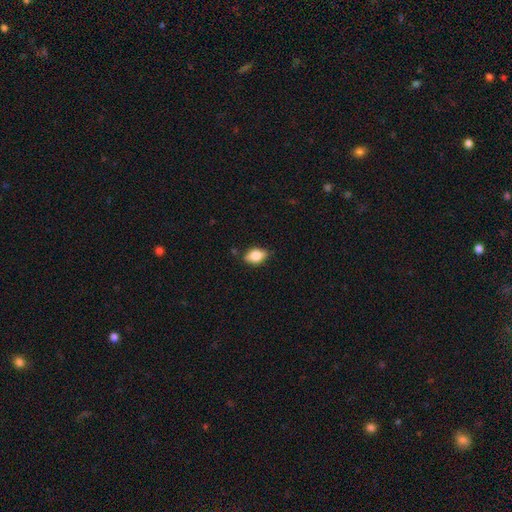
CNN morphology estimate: The model was most divided on "smooth or featured": smooth: 74%, featured or disk: 18%, star or artifact: 8%. More confident: how rounded — in between (84%); merging — none (78%).